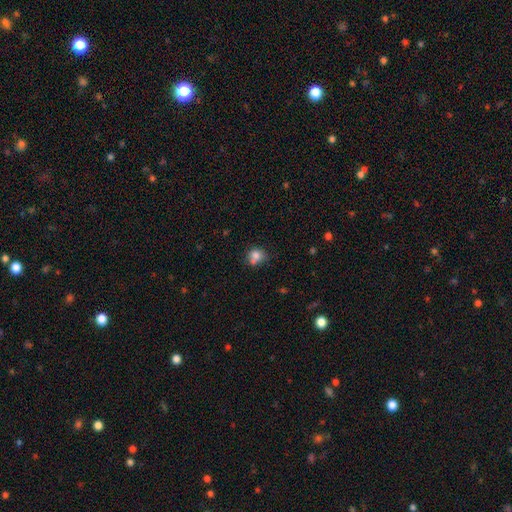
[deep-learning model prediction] A smooth galaxy with no disk features (78%) that is round (69%). Merging: none (51%).